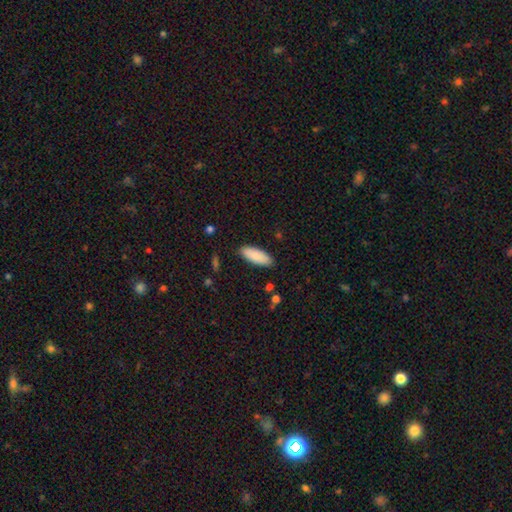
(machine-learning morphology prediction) smooth 88%, featured or disk 6%, star or artifact 6%. Down the decision tree: how rounded — in between (75%); merging — none (88%).